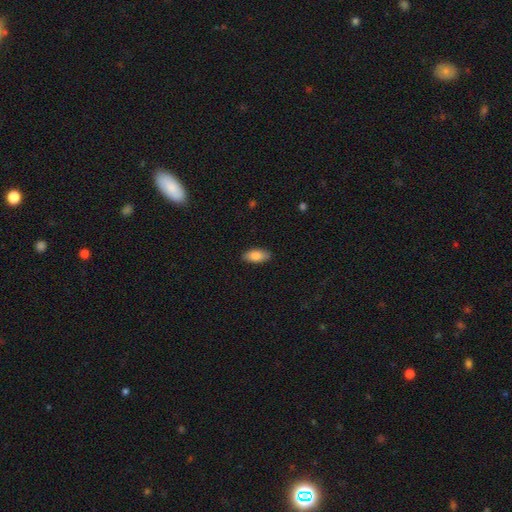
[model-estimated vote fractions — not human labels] smooth_or_featured: smooth (p=0.84) [alt: featured or disk p=0.10]
how_rounded: in between (p=0.90) [alt: cigar-shaped p=0.07]
merging: none (p=0.87) [alt: minor disturbance p=0.10]